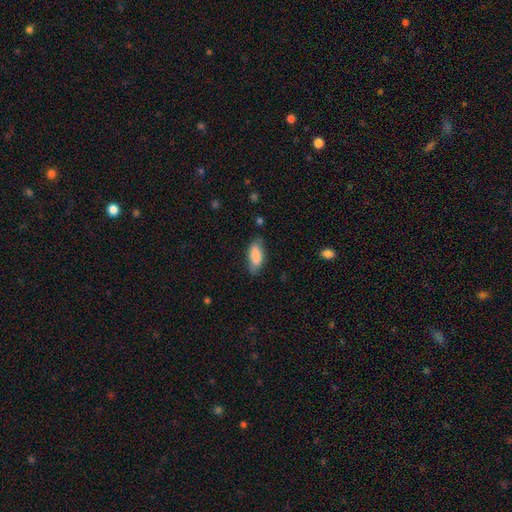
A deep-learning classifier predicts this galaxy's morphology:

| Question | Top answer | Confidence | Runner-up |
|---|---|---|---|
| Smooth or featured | smooth | 84% | featured or disk (10%) |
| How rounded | in between | 77% | cigar-shaped (21%) |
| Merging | none | 78% | minor disturbance (17%) |